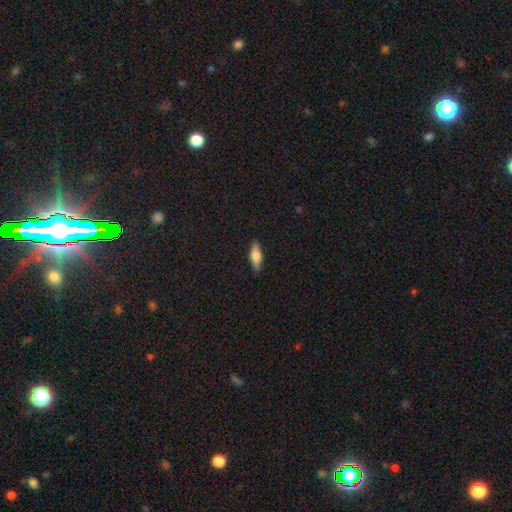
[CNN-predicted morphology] smooth 61%, featured or disk 32%, star or artifact 6%. Down the decision tree: how rounded — in between (50%); merging — none (89%).